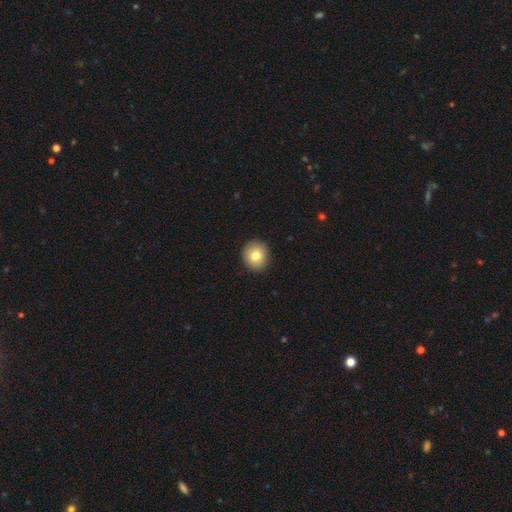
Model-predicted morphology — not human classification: This is likely a smooth galaxy (79%). How rounded: clearly round (85%). Merging: clearly none (91%).